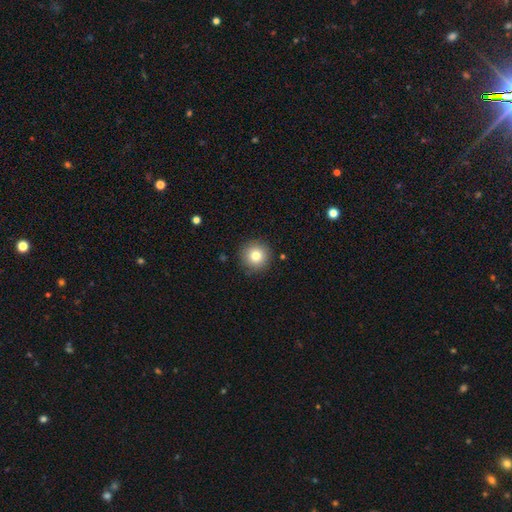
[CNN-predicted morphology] smooth-or-featured: smooth: 81% | star or artifact: 10% | featured or disk: 9%
  how-rounded: round: 95% | in between: 4% | cigar-shaped: 1%
  merging: none: 89% | minor disturbance: 7% | major disturbance: 2% | merger: 1%